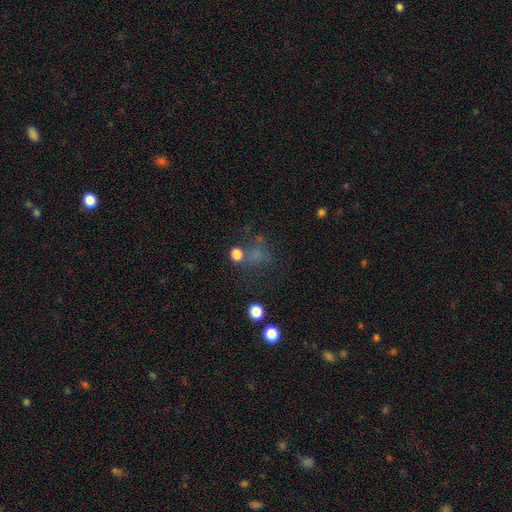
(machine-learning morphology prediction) smooth_or_featured: smooth (p=0.53) [alt: star or artifact p=0.31]
how_rounded: round (p=0.66) [alt: in between p=0.32]
merging: none (p=0.51) [alt: major disturbance p=0.21]